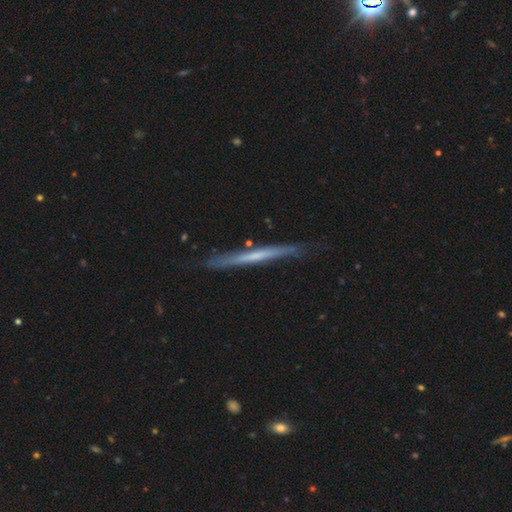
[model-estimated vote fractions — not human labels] Overall: featured or disk (55%; smooth 39%). Edge-on disk: yes (95%). Edge-on bulge: none (85%). Merging: none (80%).